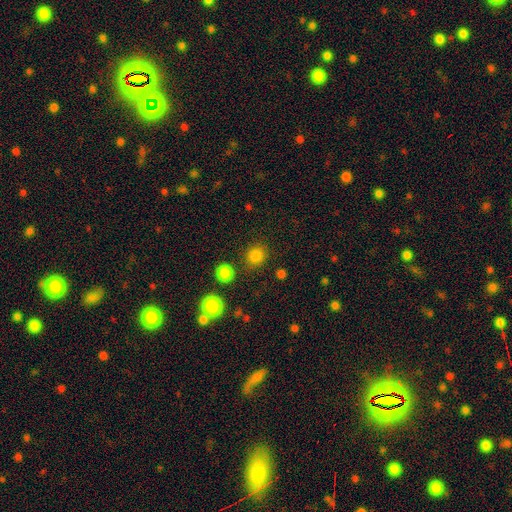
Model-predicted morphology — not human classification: A smooth galaxy with no disk features (82%) that is round (87%).

Vote fractions:
- Smooth or featured? smooth: 82% / star or artifact: 14% / featured or disk: 4%
- How rounded? round: 87% / in between: 12% / cigar-shaped: 1%
- Merging? none: 86% / minor disturbance: 8% / merger: 3% / major disturbance: 3%